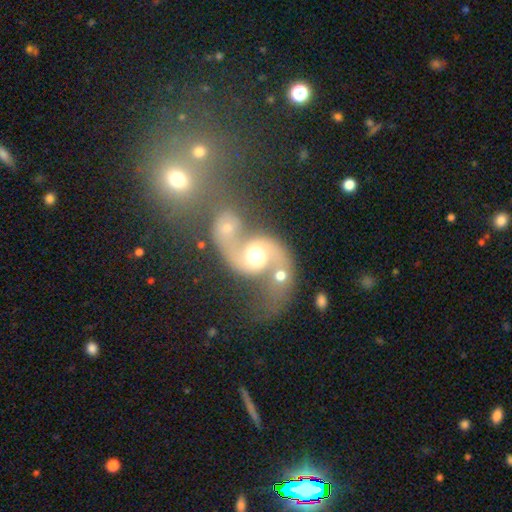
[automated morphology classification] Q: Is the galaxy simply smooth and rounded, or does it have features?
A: featured or disk — 79%.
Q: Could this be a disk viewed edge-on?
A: no — 97%.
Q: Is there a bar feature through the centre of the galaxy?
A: no — 59%.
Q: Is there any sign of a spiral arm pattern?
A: yes — 94%.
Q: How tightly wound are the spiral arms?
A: loose — 58%.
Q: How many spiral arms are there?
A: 2 — 90%.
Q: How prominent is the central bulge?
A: moderate — 52%.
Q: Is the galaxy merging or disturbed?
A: merger — 71%.